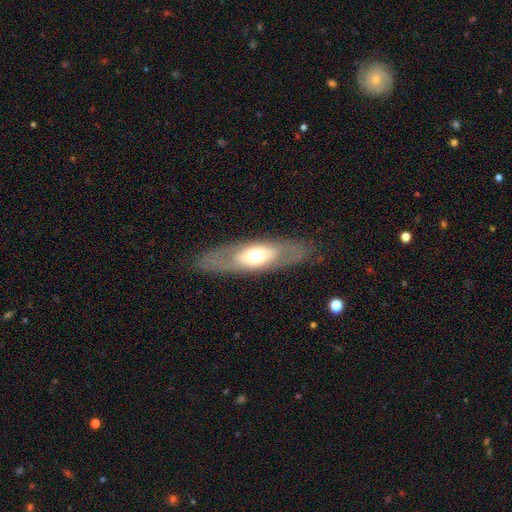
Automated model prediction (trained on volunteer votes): featured or disk 51%, smooth 43%, star or artifact 6%. Down the decision tree: edge-on disk — no (67%); merging — none (81%).